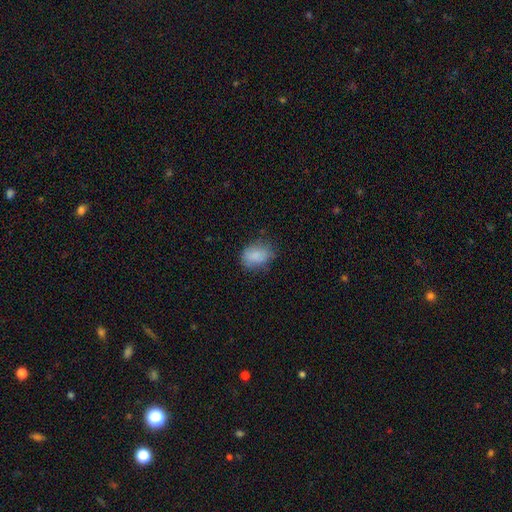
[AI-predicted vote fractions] A smooth galaxy with no disk features (83%) that is in between round and cigar-shaped (64%).

Vote fractions:
- Smooth or featured? smooth: 83% / featured or disk: 9% / star or artifact: 8%
- How rounded? in between: 64% / round: 35% / cigar-shaped: 1%
- Merging? none: 66% / minor disturbance: 25% / major disturbance: 8% / merger: 1%